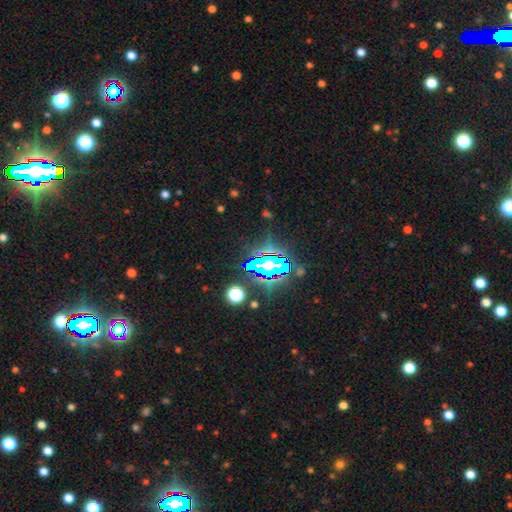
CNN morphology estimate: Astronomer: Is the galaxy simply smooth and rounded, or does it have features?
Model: star or artifact — 73%.